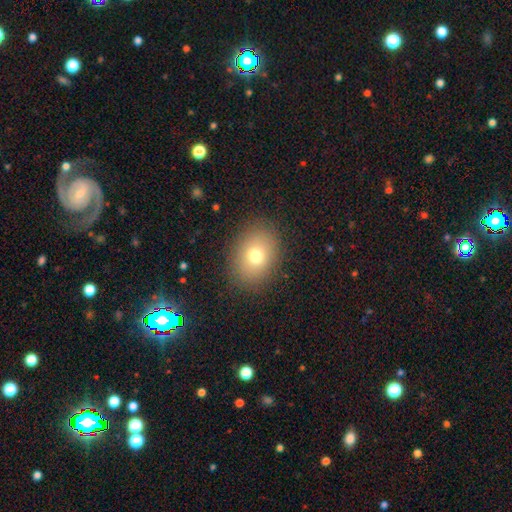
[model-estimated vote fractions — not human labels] Smooth or featured? smooth (74%)
How rounded? in between (62%)
Merging? none (87%)